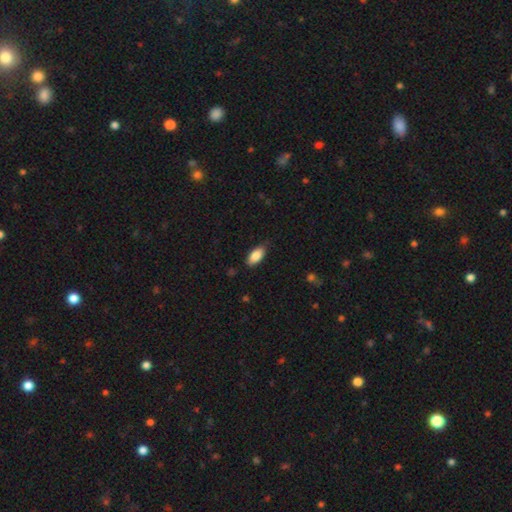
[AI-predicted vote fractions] Smooth or featured? Predicted: smooth (p=0.85). How rounded? Predicted: in between (p=0.90). Merging? Predicted: none (p=0.79).